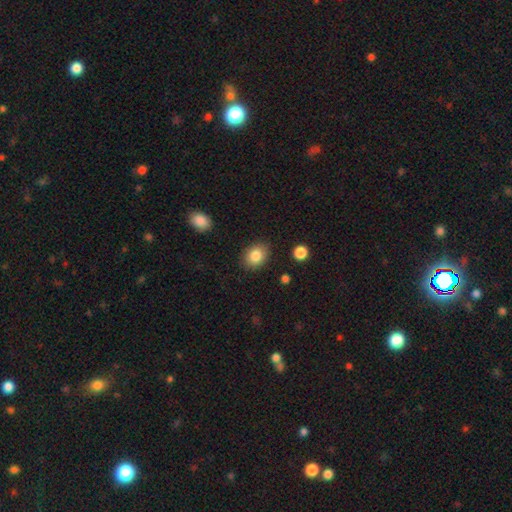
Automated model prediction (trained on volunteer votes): Smooth or featured: smooth — 84% (star or artifact — 9%)
How rounded: in between — 59% (round — 40%)
Merging: none — 87% (minor disturbance — 9%)